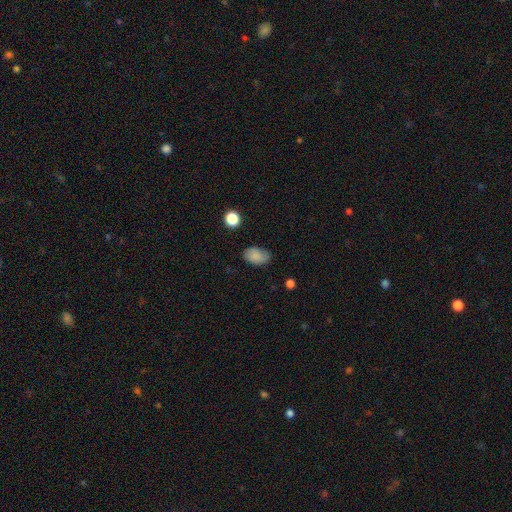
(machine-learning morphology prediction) type=smooth (83%); roundness=in between (88%); merging=none (73%).